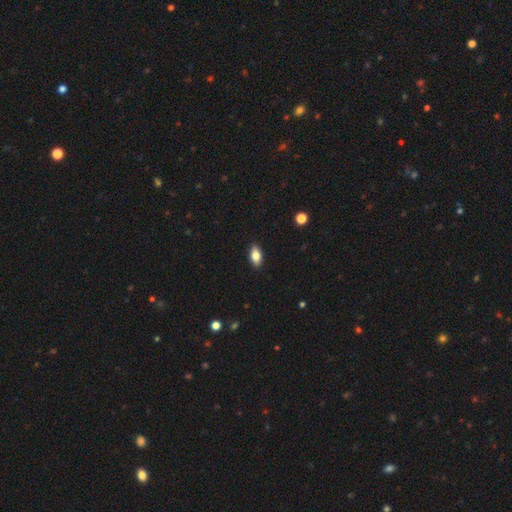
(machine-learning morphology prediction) smooth_or_featured: smooth (p=0.78) [alt: featured or disk p=0.15]
how_rounded: in between (p=0.89) [alt: cigar-shaped p=0.07]
merging: none (p=0.90) [alt: minor disturbance p=0.08]